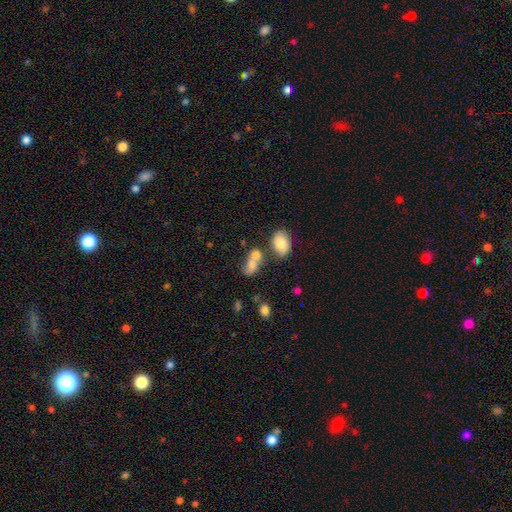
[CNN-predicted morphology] Q: Smooth or featured?
A: smooth (73%); runner-up: featured or disk (15%)
Q: How rounded?
A: in between (72%); runner-up: round (23%)
Q: Merging?
A: merger (52%); runner-up: none (30%)